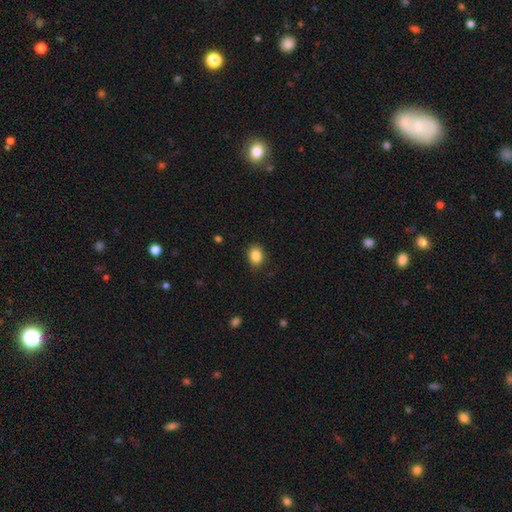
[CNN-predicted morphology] Q: Smooth or featured?
A: smooth (86%); runner-up: star or artifact (9%)
Q: How rounded?
A: in between (51%); runner-up: round (48%)
Q: Merging?
A: none (87%); runner-up: minor disturbance (9%)